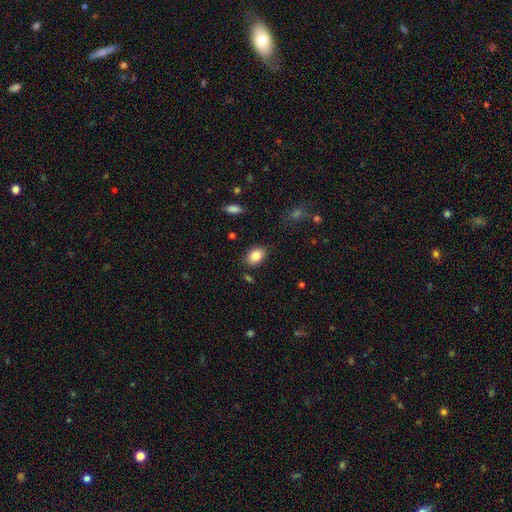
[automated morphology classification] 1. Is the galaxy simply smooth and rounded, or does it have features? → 85% smooth, 8% star or artifact, 7% featured or disk.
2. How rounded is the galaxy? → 83% in between, 16% round, 1% cigar-shaped.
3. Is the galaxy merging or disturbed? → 84% none, 11% minor disturbance, 3% major disturbance, 2% merger.